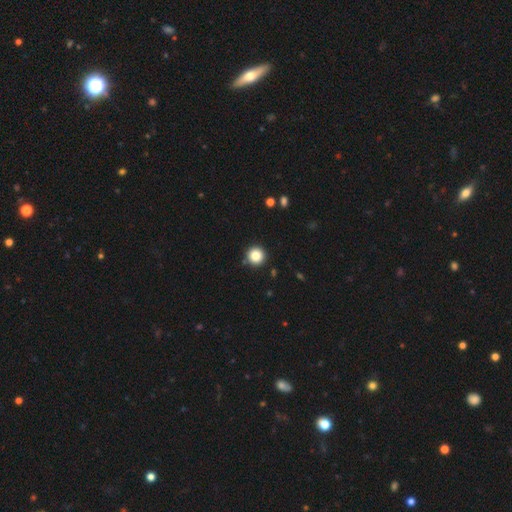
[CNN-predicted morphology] Smooth or featured: smooth — 85% (star or artifact — 10%)
How rounded: round — 95% (in between — 4%)
Merging: none — 90% (minor disturbance — 6%)